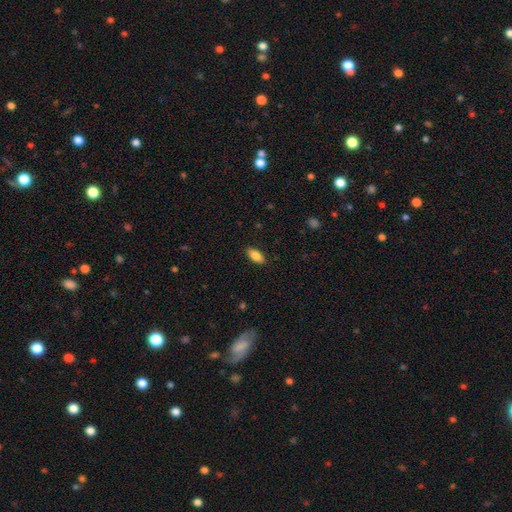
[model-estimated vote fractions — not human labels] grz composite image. It shows a smooth galaxy with no disk features (84%) that is in between round and cigar-shaped (87%). Merging: none (88%).